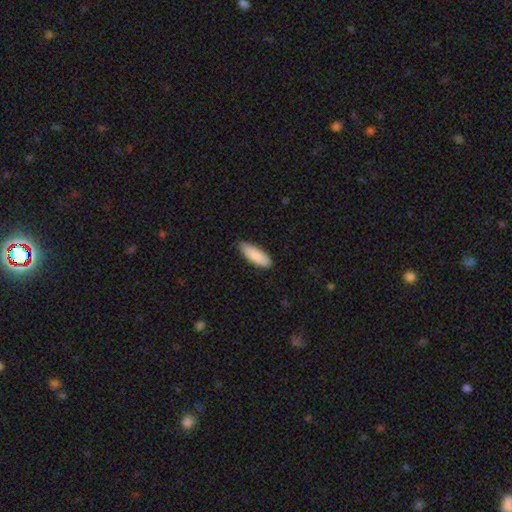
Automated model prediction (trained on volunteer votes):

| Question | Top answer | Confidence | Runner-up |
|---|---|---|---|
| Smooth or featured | smooth | 87% | featured or disk (7%) |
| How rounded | in between | 62% | cigar-shaped (36%) |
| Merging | none | 82% | minor disturbance (16%) |